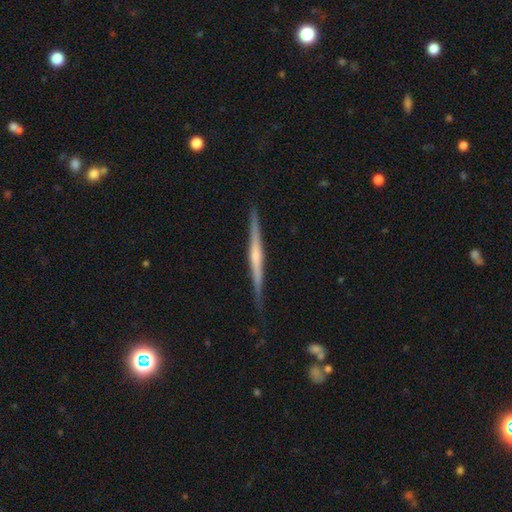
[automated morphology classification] A featured or disk galaxy (79%) viewed edge-on (98%) with a rounded central bulge (66%). Merging: none (87%).